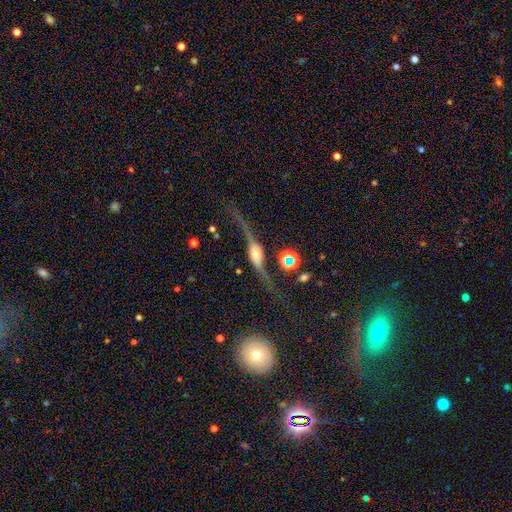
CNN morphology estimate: A featured or disk galaxy (84%) viewed edge-on (77%) with a rounded central bulge (86%). Merging: none (63%).